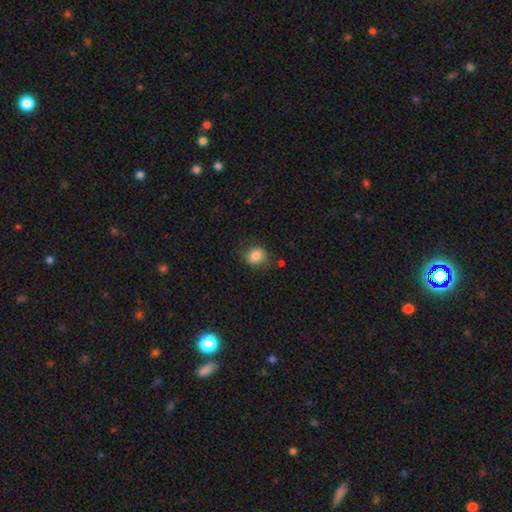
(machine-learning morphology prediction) smooth-or-featured: smooth: 84% | star or artifact: 9% | featured or disk: 7%
  how-rounded: round: 66% | in between: 33% | cigar-shaped: 1%
  merging: none: 73% | minor disturbance: 19% | major disturbance: 6% | merger: 2%